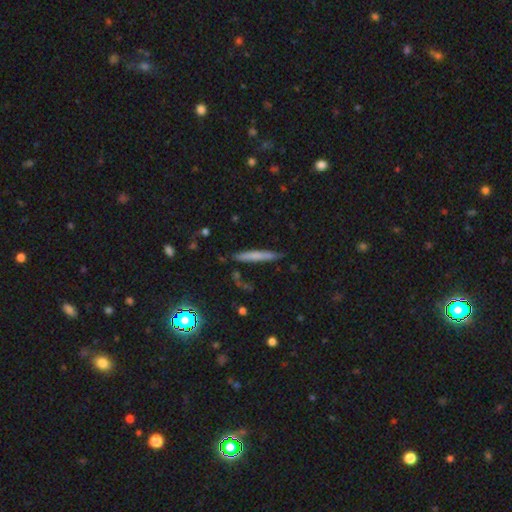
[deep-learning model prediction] A smooth galaxy with no disk features (63%) that is cigar-shaped (94%).

Vote fractions:
- Smooth or featured? smooth: 63% / featured or disk: 28% / star or artifact: 9%
- How rounded? cigar-shaped: 94% / in between: 4% / round: 2%
- Merging? none: 81% / minor disturbance: 13% / major disturbance: 3% / merger: 3%